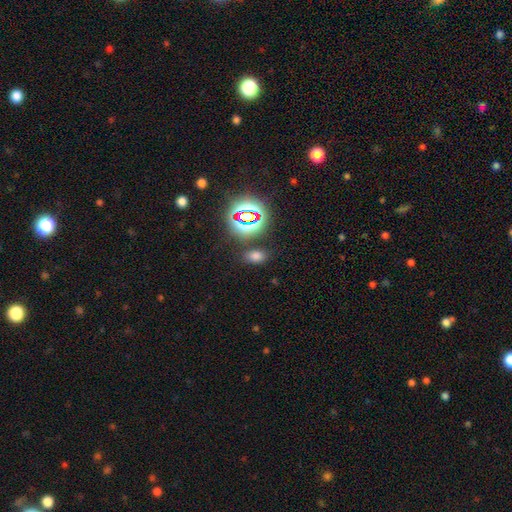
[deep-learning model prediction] Smooth or featured: smooth — 65% (star or artifact — 28%)
How rounded: in between — 83% (round — 15%)
Merging: none — 82% (minor disturbance — 10%)